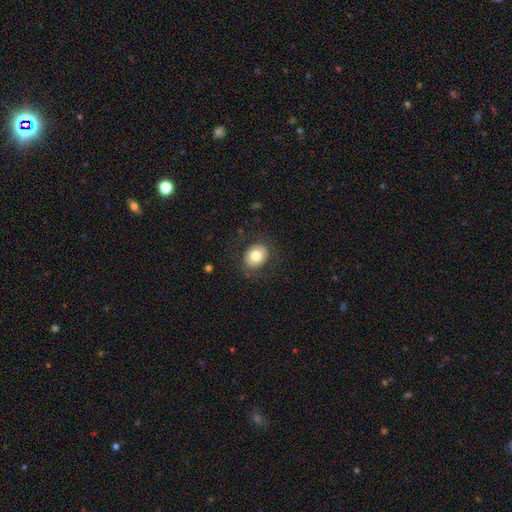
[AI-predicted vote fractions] Smooth or featured: smooth — 74% (featured or disk — 18%)
How rounded: round — 62% (in between — 37%)
Merging: none — 81% (minor disturbance — 11%)